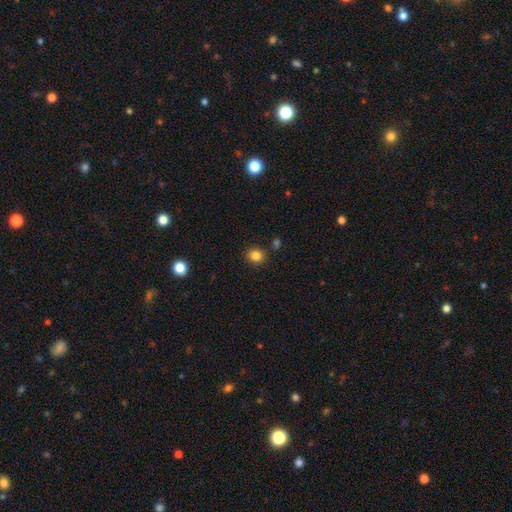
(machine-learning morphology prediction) Overall: smooth (84%). How rounded: round (85%). Merging: none (87%).